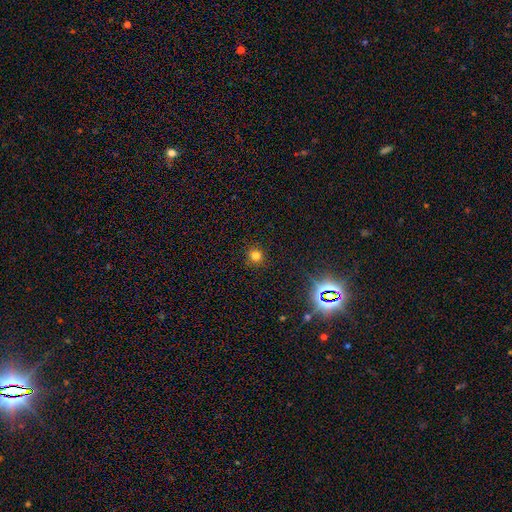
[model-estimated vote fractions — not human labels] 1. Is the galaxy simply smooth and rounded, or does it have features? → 78% smooth, 17% star or artifact, 5% featured or disk.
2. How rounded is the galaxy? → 92% round, 7% in between, 1% cigar-shaped.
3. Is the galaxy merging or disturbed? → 91% none, 6% minor disturbance, 2% major disturbance, 1% merger.